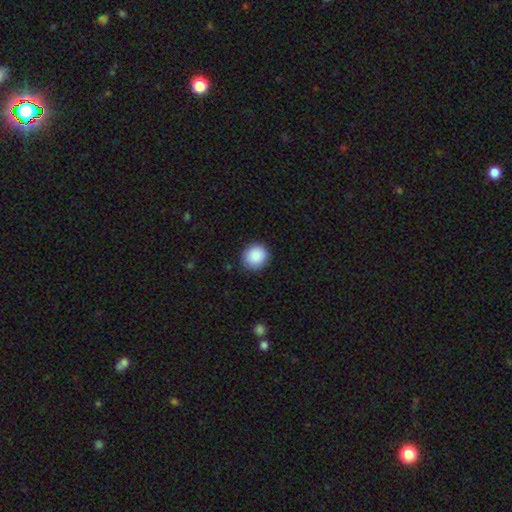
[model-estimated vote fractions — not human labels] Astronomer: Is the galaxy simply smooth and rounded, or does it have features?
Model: smooth — 89%.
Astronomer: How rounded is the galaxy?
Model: round — 90%.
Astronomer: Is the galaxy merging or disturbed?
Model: none — 89%.